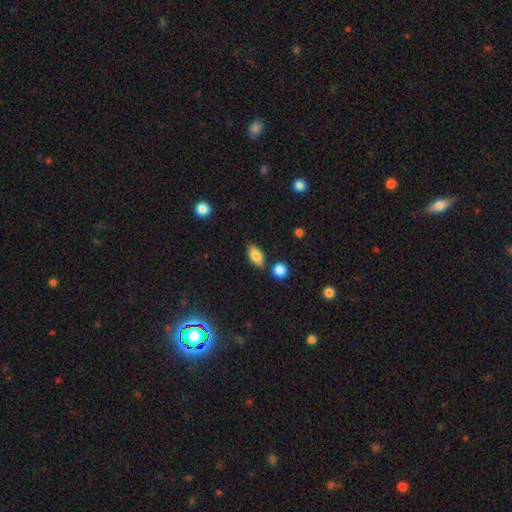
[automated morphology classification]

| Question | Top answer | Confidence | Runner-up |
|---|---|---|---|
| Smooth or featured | smooth | 82% | featured or disk (10%) |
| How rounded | in between | 87% | cigar-shaped (7%) |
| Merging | none | 80% | minor disturbance (12%) |